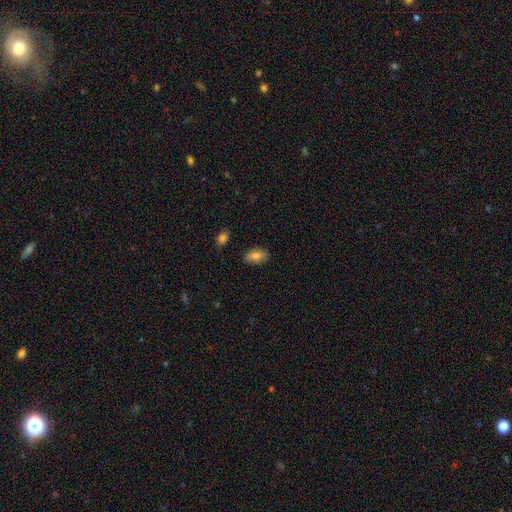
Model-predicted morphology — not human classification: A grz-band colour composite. It shows a smooth galaxy with no disk features (80%) that is in between round and cigar-shaped (91%). Merging: none (86%).